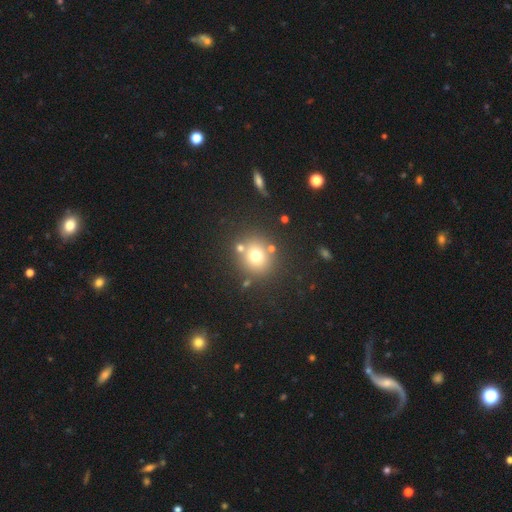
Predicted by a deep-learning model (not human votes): Smooth or featured? Predicted: smooth (p=0.71). How rounded? Predicted: round (p=0.86). Merging? Predicted: none (p=0.76).